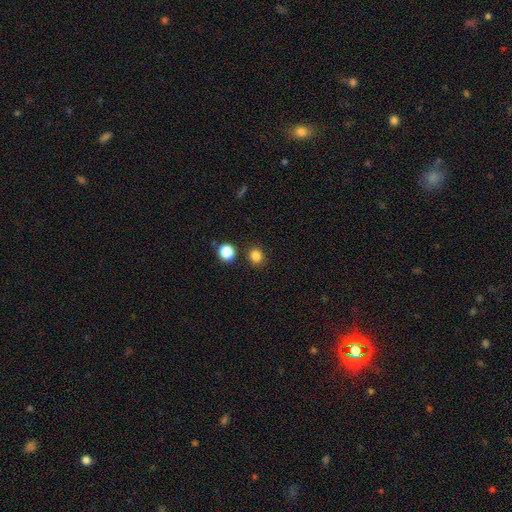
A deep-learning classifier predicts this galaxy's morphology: The model was most divided on "smooth or featured": smooth: 83%, star or artifact: 13%, featured or disk: 4%. More confident: merging — none (88%); how rounded — round (86%).